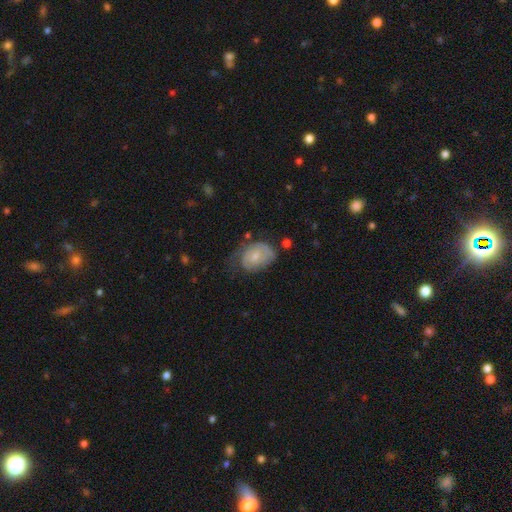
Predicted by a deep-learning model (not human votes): Smooth or featured?
  - featured or disk: 50% *
  - smooth: 43%
  - star or artifact: 7%
Edge-on disk?
  - no: 96% *
  - yes: 4%
Merging?
  - none: 42% *
  - minor disturbance: 33%
  - major disturbance: 21%
  - merger: 3%